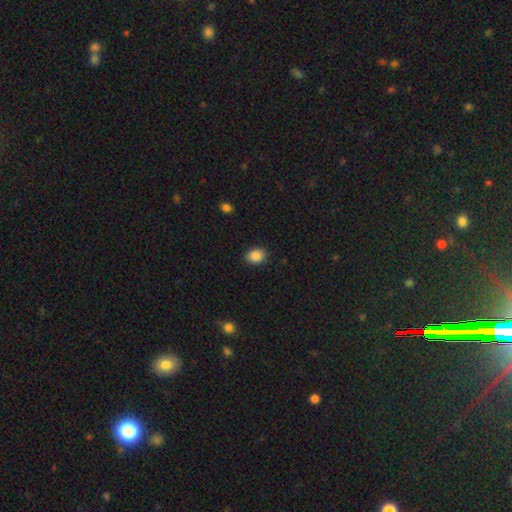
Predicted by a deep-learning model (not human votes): Morphology: type=smooth (88%); roundness=in between (65%); merging=none (87%).